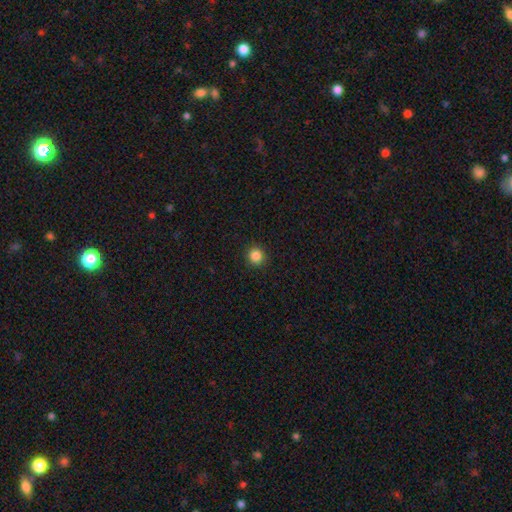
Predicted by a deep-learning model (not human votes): Smooth or featured: smooth — 85% (star or artifact — 11%)
How rounded: round — 93% (in between — 6%)
Merging: none — 92% (minor disturbance — 5%)